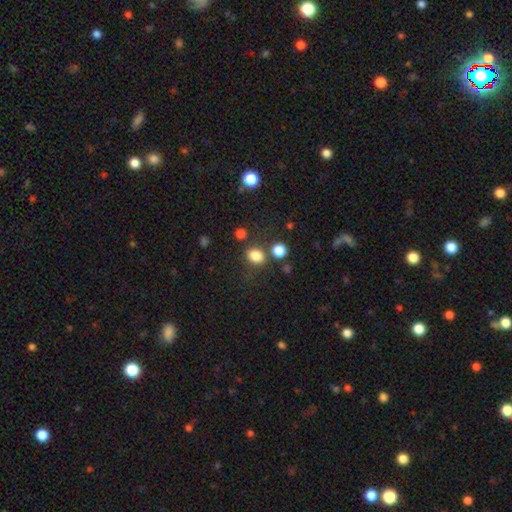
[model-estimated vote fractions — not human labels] Smooth or featured? smooth (82%)
How rounded? in between (57%)
Merging? none (72%)